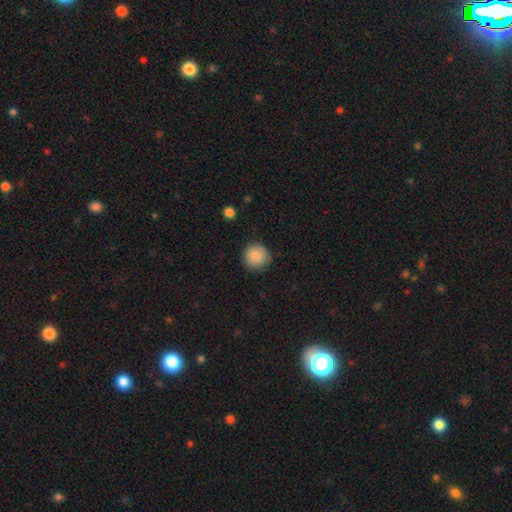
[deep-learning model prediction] The model was most divided on "merging": none: 87%, minor disturbance: 10%, major disturbance: 2%, merger: 1%. More confident: how rounded — round (94%); smooth or featured — smooth (87%).